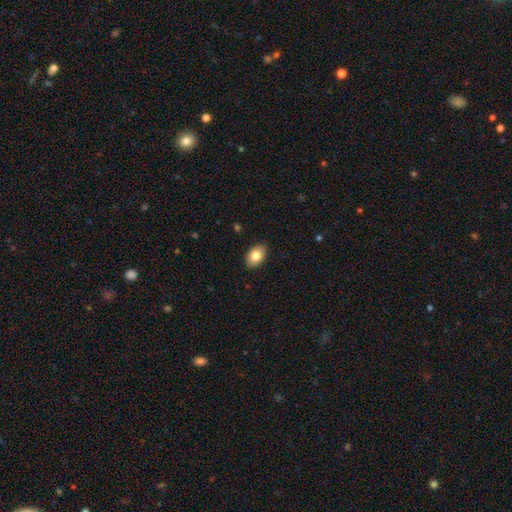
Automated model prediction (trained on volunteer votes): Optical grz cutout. It shows a smooth galaxy with no disk features (82%) that is in between round and cigar-shaped (89%). Merging: none (89%).